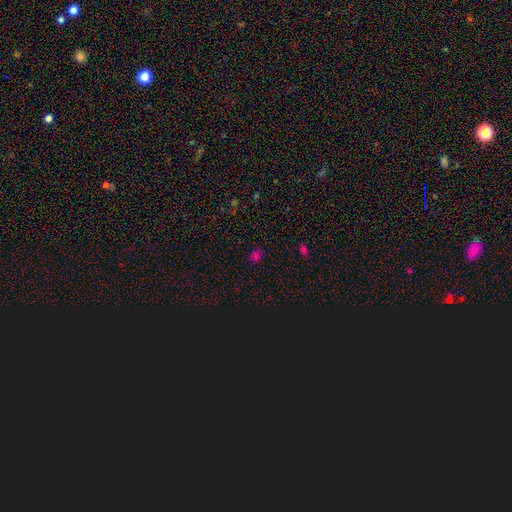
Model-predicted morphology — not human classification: Smooth or featured? Predicted: smooth (p=0.61). How rounded? Predicted: in between (p=0.55). Merging? Predicted: none (p=0.81).